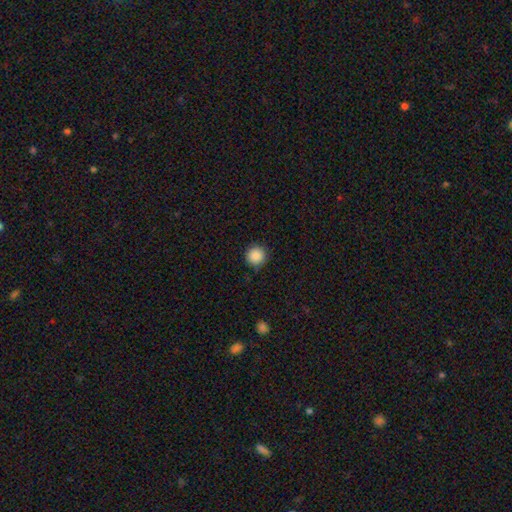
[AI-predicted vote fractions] This is clearly a smooth galaxy (88%). How rounded: clearly round (95%). Merging: clearly none (89%).